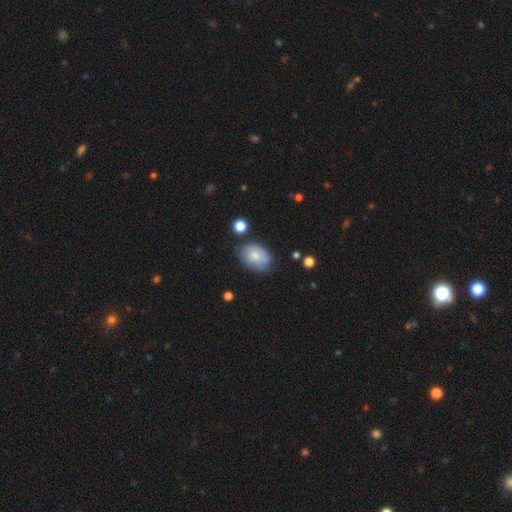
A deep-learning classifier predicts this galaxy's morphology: Smooth or featured: smooth — 75% (featured or disk — 18%)
How rounded: in between — 77% (round — 22%)
Merging: none — 66% (minor disturbance — 24%)